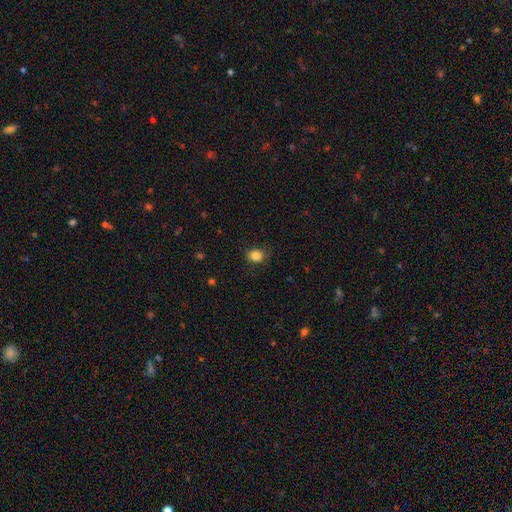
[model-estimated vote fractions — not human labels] Smooth or featured? Predicted: smooth (p=0.85). How rounded? Predicted: round (p=0.55). Merging? Predicted: none (p=0.83).